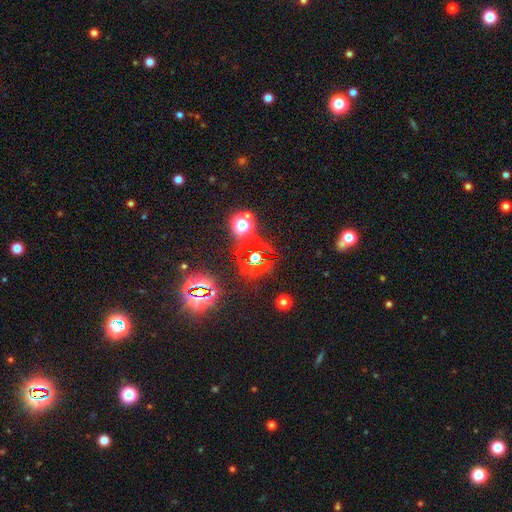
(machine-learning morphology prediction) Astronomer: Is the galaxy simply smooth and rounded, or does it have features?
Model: star or artifact — 75%.